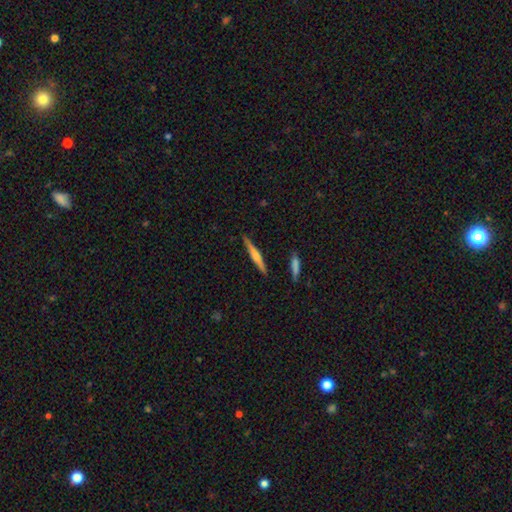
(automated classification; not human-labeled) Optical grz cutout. It shows a featured or disk galaxy (61%) viewed edge-on (98%) with a rounded central bulge (78%). Merging: none (88%).